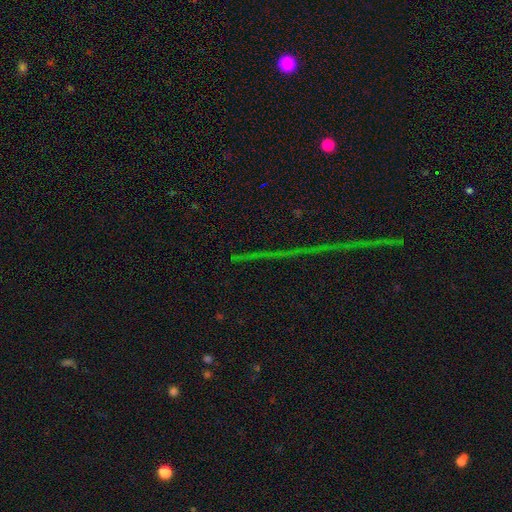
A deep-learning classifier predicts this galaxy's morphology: Smooth or featured?
  - star or artifact: 79% *
  - featured or disk: 11%
  - smooth: 10%